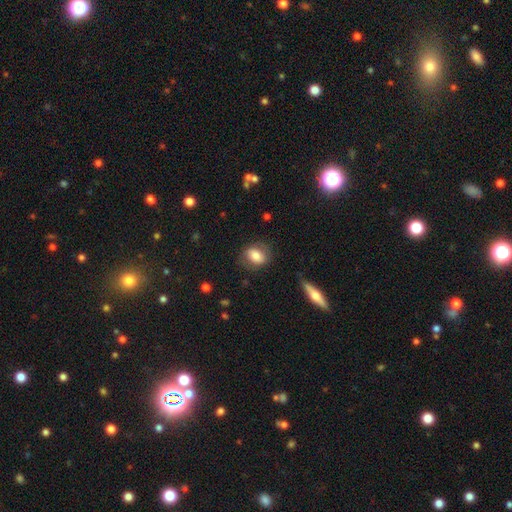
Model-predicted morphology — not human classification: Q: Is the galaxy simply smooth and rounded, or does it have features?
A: smooth — 69%.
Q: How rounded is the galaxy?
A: in between — 59%.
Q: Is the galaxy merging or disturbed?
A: none — 74%.